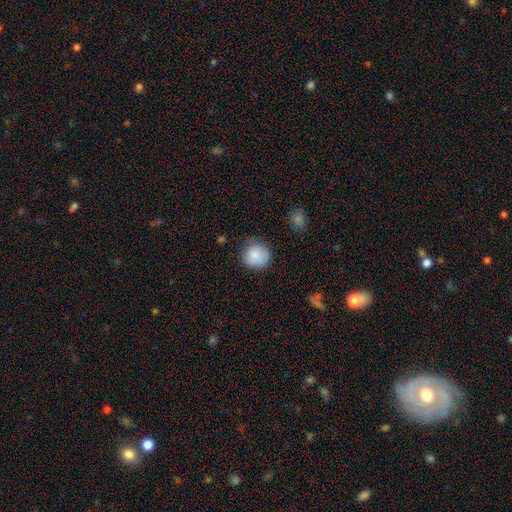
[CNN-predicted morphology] This appears to be a smooth galaxy with no disk features (86%) that is round (91%). Merging: none (75%).